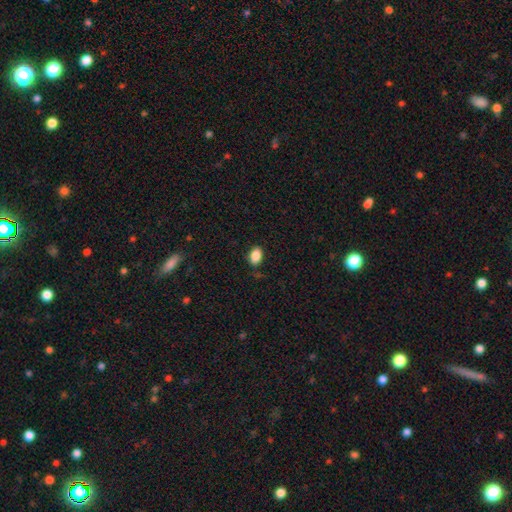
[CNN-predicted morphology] type=smooth (87%); roundness=in between (84%); merging=none (82%).